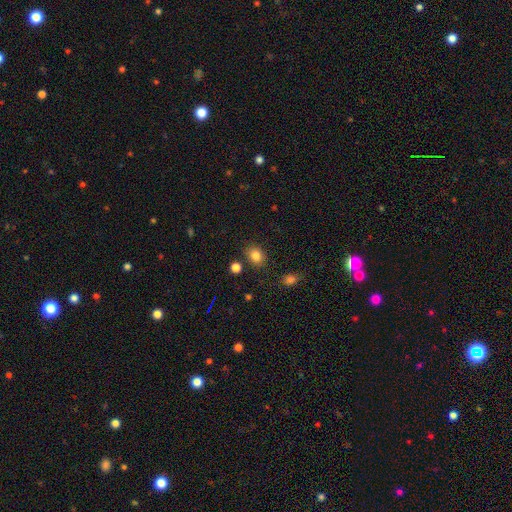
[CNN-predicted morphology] A smooth galaxy with no disk features (83%) that is in between round and cigar-shaped (51%). Merging: none (80%).